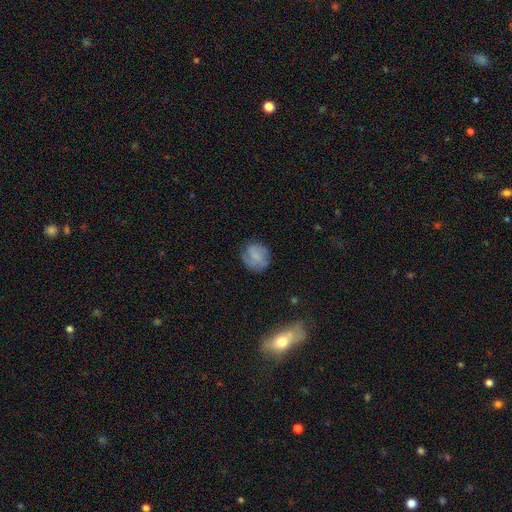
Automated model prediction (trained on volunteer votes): Q: Smooth or featured?
A: smooth (55%); runner-up: featured or disk (37%)
Q: How rounded?
A: round (82%); runner-up: in between (17%)
Q: Merging?
A: none (75%); runner-up: minor disturbance (17%)